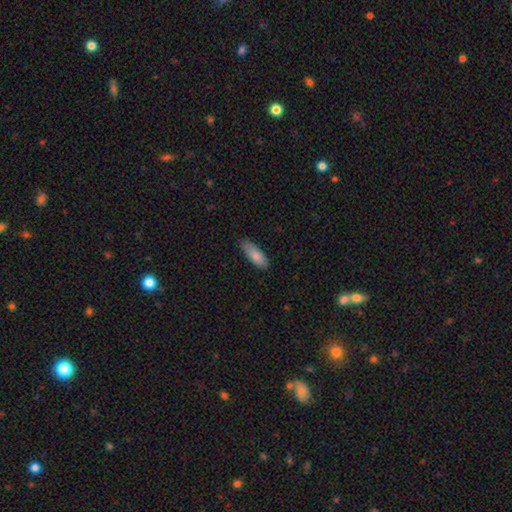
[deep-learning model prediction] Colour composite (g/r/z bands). It shows a smooth galaxy with no disk features (85%) that is in between round and cigar-shaped (70%). Merging: none (78%).